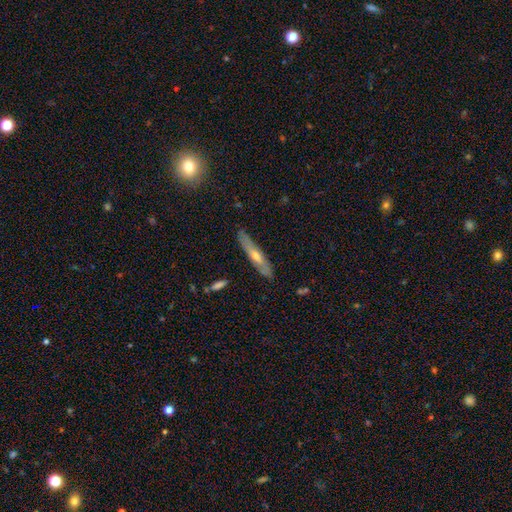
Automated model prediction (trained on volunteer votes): This appears to be a featured or disk galaxy (58%) viewed edge-on (79%). Merging: none (82%).